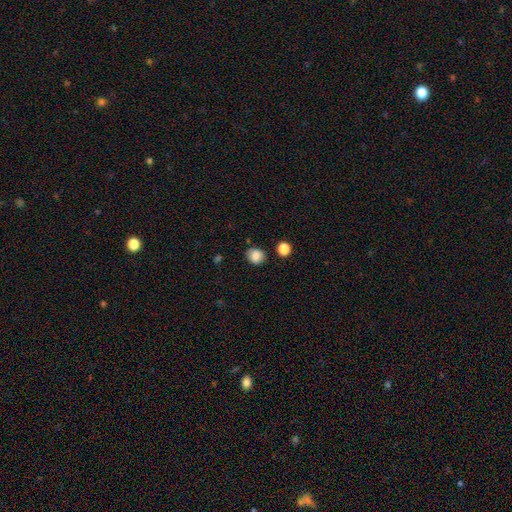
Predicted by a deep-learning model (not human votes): Smooth or featured? Predicted: smooth (p=0.85). How rounded? Predicted: round (p=0.69). Merging? Predicted: none (p=0.82).